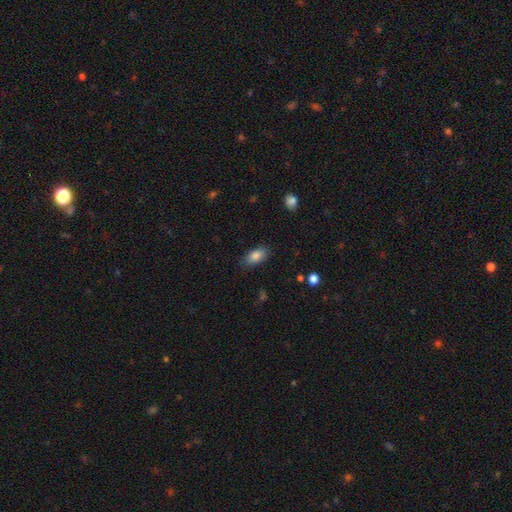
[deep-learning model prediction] smooth 85%, star or artifact 8%, featured or disk 8%. Down the decision tree: how rounded — in between (89%); merging — none (85%).